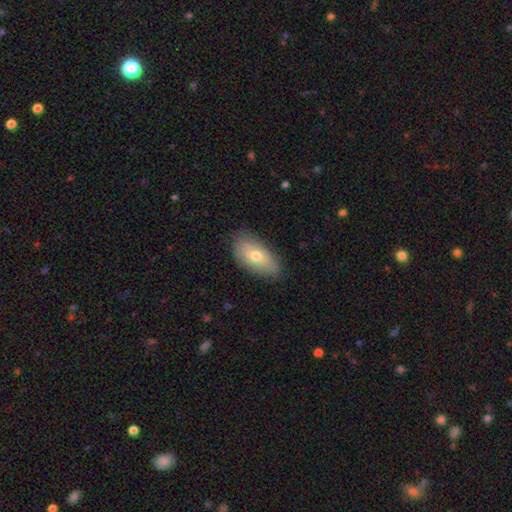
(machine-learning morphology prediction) Smooth or featured? smooth (67%)
How rounded? in between (92%)
Merging? none (78%)